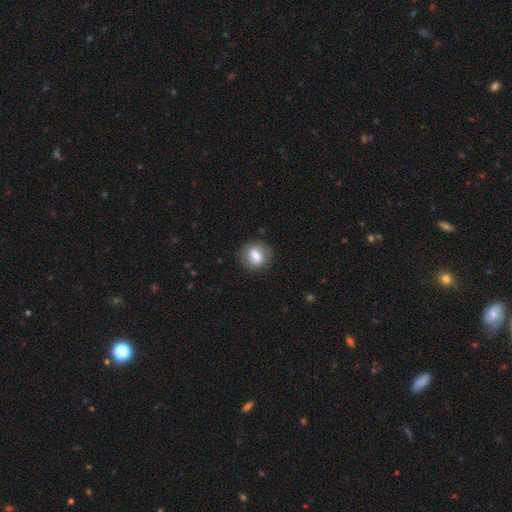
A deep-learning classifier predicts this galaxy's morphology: Smooth or featured?
  - smooth: 74% *
  - featured or disk: 18%
  - star or artifact: 8%
How rounded?
  - round: 49% *
  - in between: 48%
  - cigar-shaped: 3%
Merging?
  - none: 80% *
  - minor disturbance: 13%
  - major disturbance: 4%
  - merger: 2%